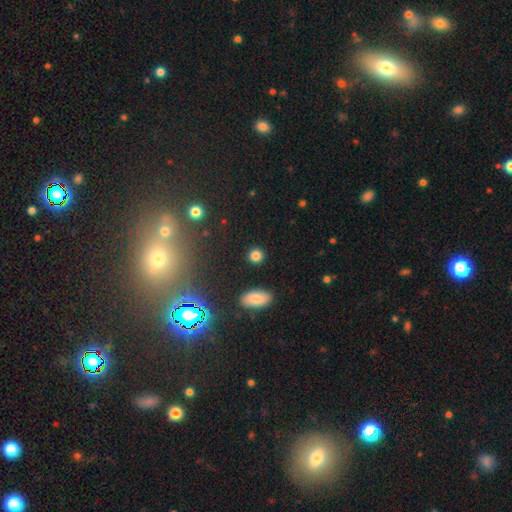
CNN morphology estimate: Smooth or featured? Predicted: smooth (p=0.82). How rounded? Predicted: round (p=0.85). Merging? Predicted: none (p=0.88).